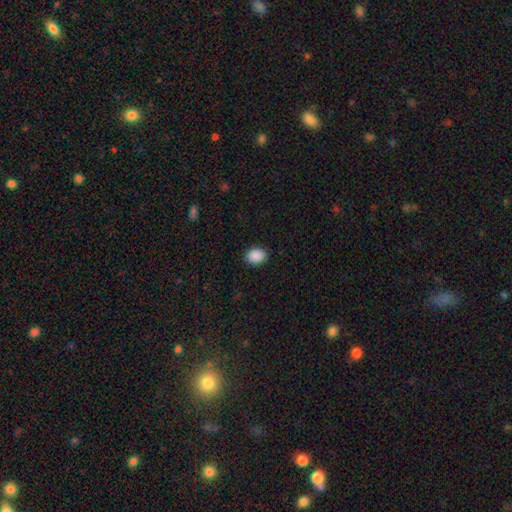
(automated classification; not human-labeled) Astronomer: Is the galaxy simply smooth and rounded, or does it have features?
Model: smooth — 90%.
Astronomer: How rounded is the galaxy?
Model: in between — 64%.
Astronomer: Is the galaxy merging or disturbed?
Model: none — 89%.